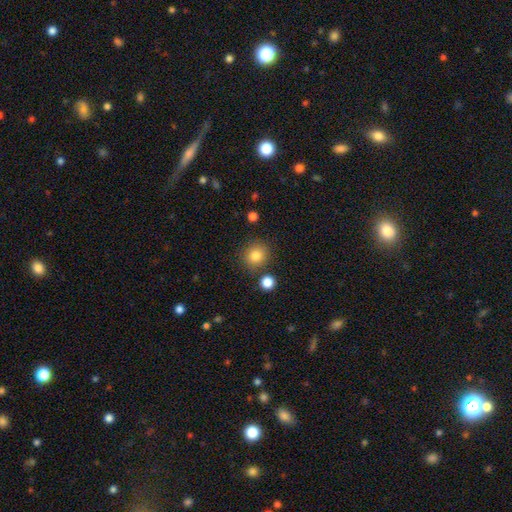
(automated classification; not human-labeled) A smooth galaxy with no disk features (83%) that is round (88%).

Vote fractions:
- Smooth or featured? smooth: 83% / star or artifact: 11% / featured or disk: 6%
- How rounded? round: 88% / in between: 11% / cigar-shaped: 1%
- Merging? none: 83% / minor disturbance: 9% / merger: 6% / major disturbance: 3%